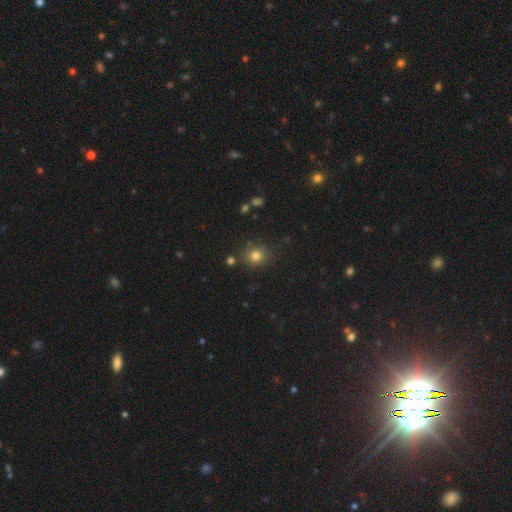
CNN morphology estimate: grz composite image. It shows a smooth galaxy with no disk features (79%) that is round (82%). Merging: none (82%).